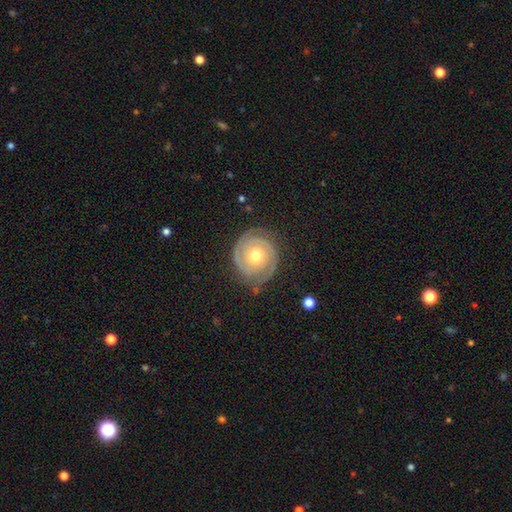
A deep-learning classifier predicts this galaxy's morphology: This appears to be a featured or disk galaxy (86%) with no bar (80%), 2 (84%) tight (77%) spiral arms (97%) and a moderate central bulge (70%). Merging: none (80%).